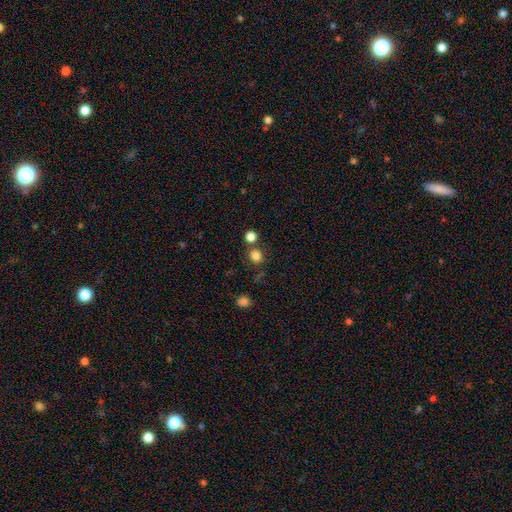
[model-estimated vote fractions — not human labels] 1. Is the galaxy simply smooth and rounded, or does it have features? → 82% smooth, 13% star or artifact, 5% featured or disk.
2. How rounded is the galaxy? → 86% round, 14% in between, 1% cigar-shaped.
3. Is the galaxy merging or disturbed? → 72% none, 16% merger, 8% minor disturbance, 3% major disturbance.